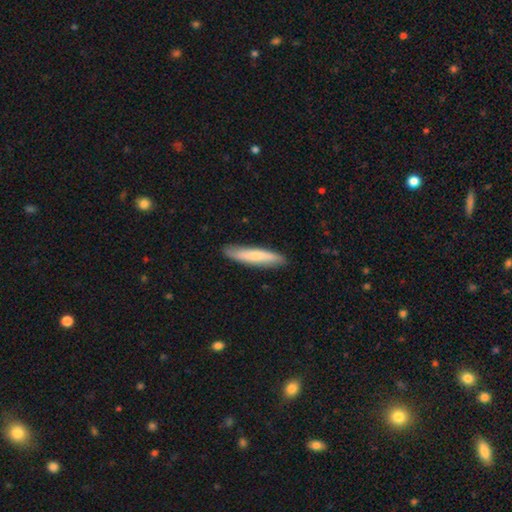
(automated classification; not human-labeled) Smooth or featured: smooth — 74% (featured or disk — 21%)
How rounded: cigar-shaped — 89% (in between — 10%)
Merging: none — 87% (minor disturbance — 10%)